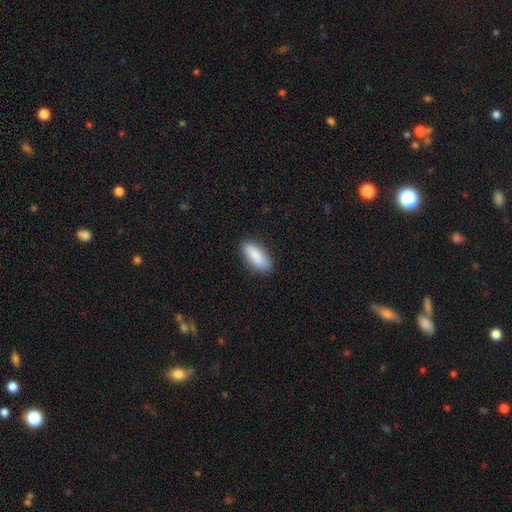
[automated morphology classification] smooth 88%, star or artifact 6%, featured or disk 6%. Down the decision tree: how rounded — in between (74%); merging — none (86%).